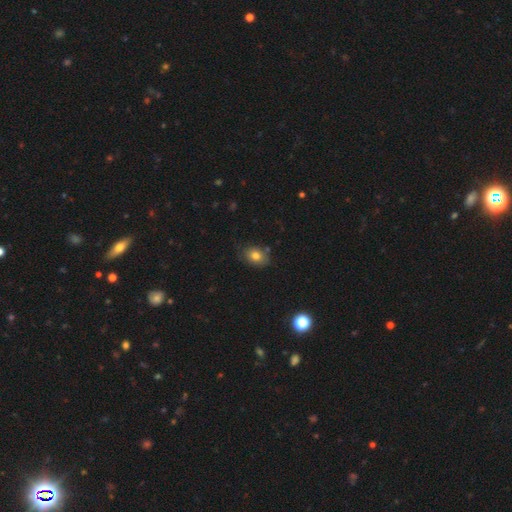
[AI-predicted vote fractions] smooth 79%, star or artifact 11%, featured or disk 11%. Down the decision tree: how rounded — in between (60%); merging — none (73%).